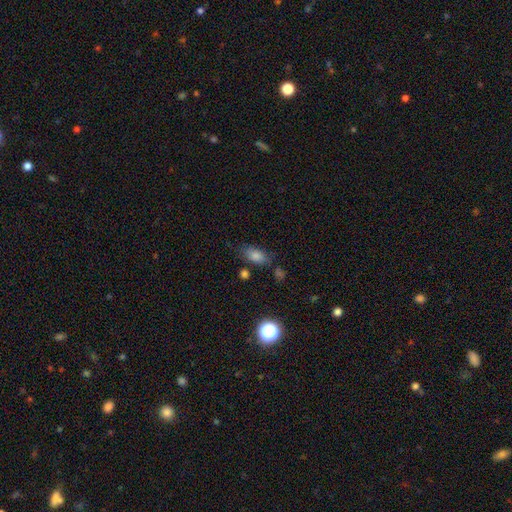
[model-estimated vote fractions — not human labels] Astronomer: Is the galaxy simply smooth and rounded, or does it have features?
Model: smooth — 77%.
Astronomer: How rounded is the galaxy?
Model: in between — 85%.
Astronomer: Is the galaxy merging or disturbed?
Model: none — 72%.